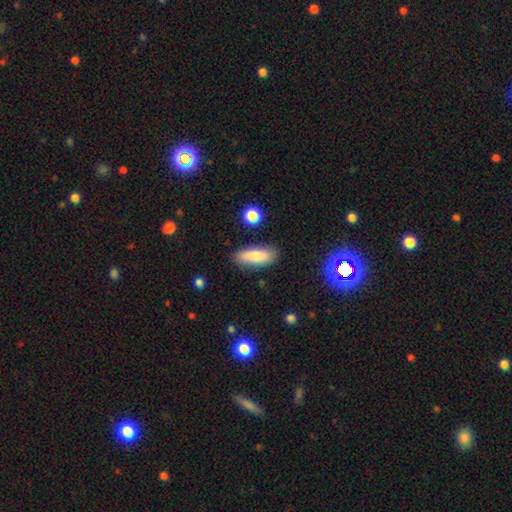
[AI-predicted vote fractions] This is clearly a smooth galaxy (80%). How rounded: likely in between (67%). Merging: clearly none (84%).